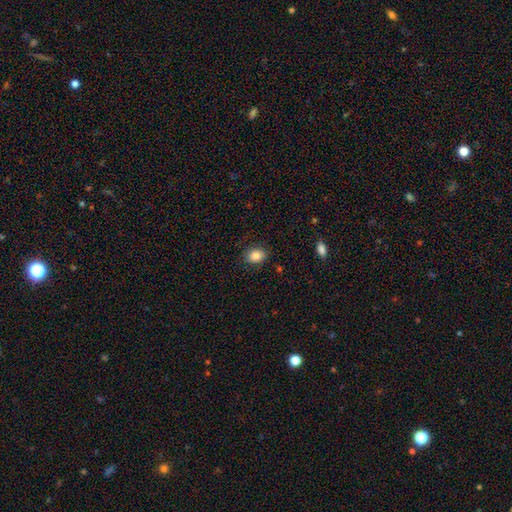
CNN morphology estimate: A smooth galaxy with no disk features (85%) that is in between round and cigar-shaped (60%). Merging: none (84%).